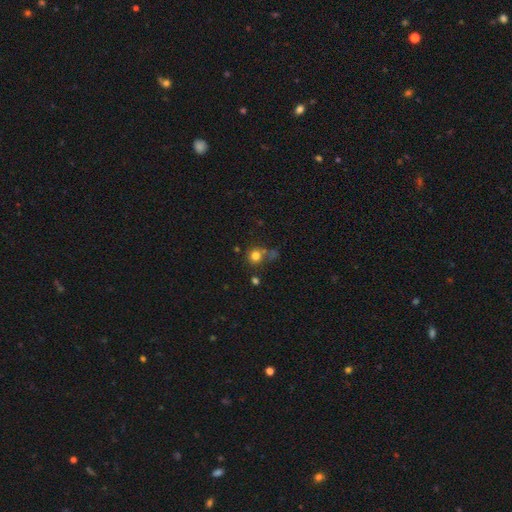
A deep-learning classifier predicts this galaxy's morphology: Overall: smooth (78%). How rounded: round (89%). Merging: none (58%; merger 20%).